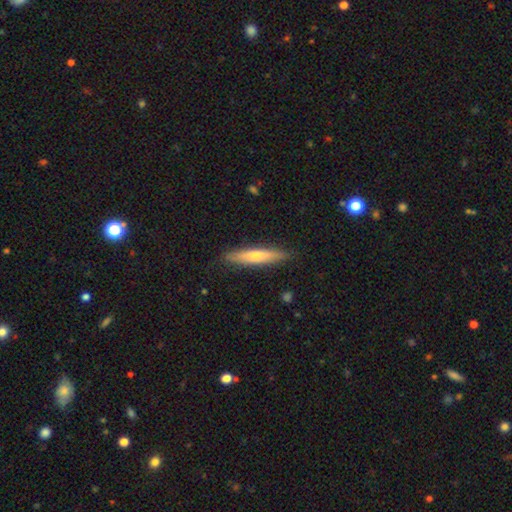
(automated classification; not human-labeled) Q: Smooth or featured?
A: smooth (56%); runner-up: featured or disk (39%)
Q: How rounded?
A: cigar-shaped (90%); runner-up: in between (9%)
Q: Merging?
A: none (89%); runner-up: minor disturbance (9%)